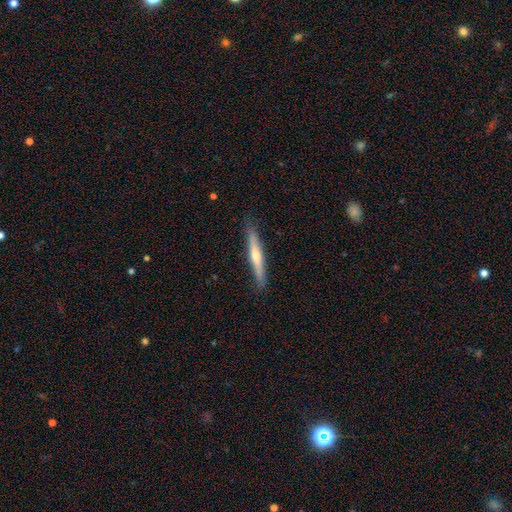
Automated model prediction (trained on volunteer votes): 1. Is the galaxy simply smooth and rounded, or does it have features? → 59% featured or disk, 35% smooth, 6% star or artifact.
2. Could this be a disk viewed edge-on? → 96% yes, 4% no.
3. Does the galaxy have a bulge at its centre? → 77% rounded, 18% none, 4% boxy.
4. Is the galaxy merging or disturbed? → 89% none, 8% minor disturbance, 1% major disturbance, 1% merger.